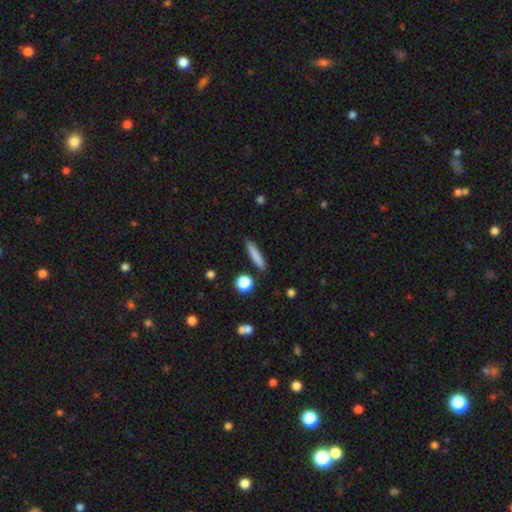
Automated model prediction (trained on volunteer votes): This is likely a smooth galaxy (80%). How rounded: clearly cigar-shaped (87%). Merging: clearly none (88%).